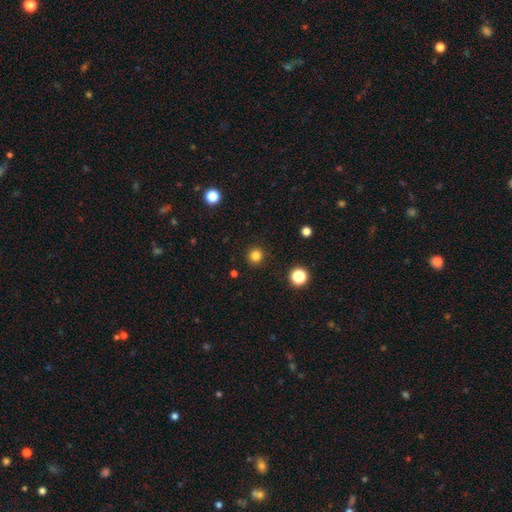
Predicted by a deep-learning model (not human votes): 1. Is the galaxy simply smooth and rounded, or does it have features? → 82% smooth, 14% star or artifact, 4% featured or disk.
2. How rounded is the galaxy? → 94% round, 5% in between, 1% cigar-shaped.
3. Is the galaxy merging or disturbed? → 92% none, 5% minor disturbance, 2% major disturbance, 1% merger.